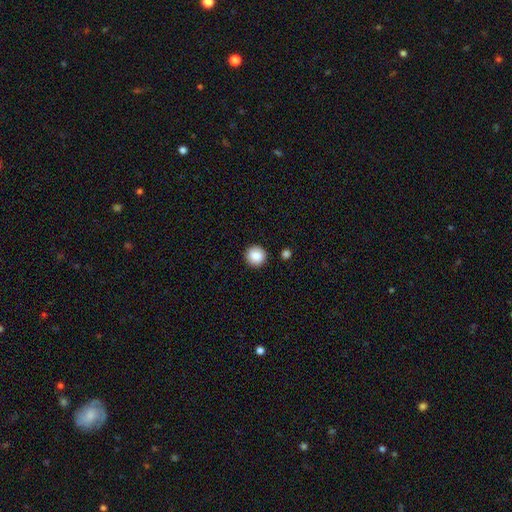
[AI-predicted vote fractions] Q: Smooth or featured?
A: smooth (87%); runner-up: star or artifact (8%)
Q: How rounded?
A: round (95%); runner-up: in between (4%)
Q: Merging?
A: none (92%); runner-up: minor disturbance (5%)